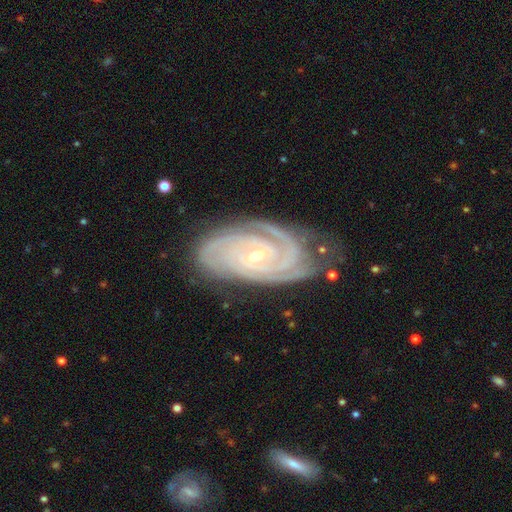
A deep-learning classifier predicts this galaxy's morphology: Smooth or featured? featured or disk (91%)
Edge-on disk? no (96%)
Bar? no (56%)
Spiral arms? yes (99%)
Spiral winding? tight (82%)
Spiral arm count? 3 (35%)
Bulge size? small (72%)
Merging? none (72%)